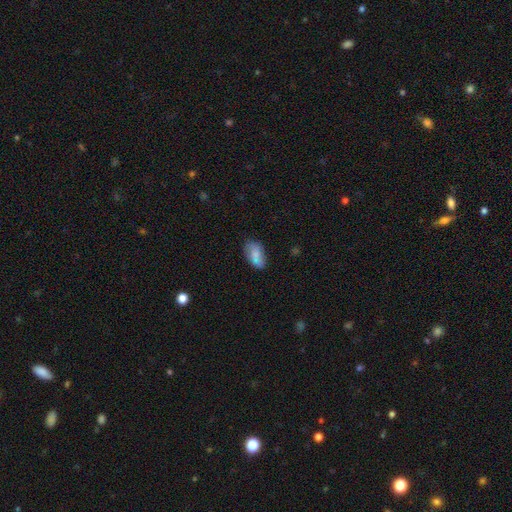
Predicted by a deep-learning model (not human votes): A smooth galaxy with no disk features (76%) that is in between round and cigar-shaped (92%).

Vote fractions:
- Smooth or featured? smooth: 76% / featured or disk: 16% / star or artifact: 7%
- How rounded? in between: 92% / round: 5% / cigar-shaped: 3%
- Merging? none: 66% / minor disturbance: 23% / major disturbance: 6% / merger: 5%